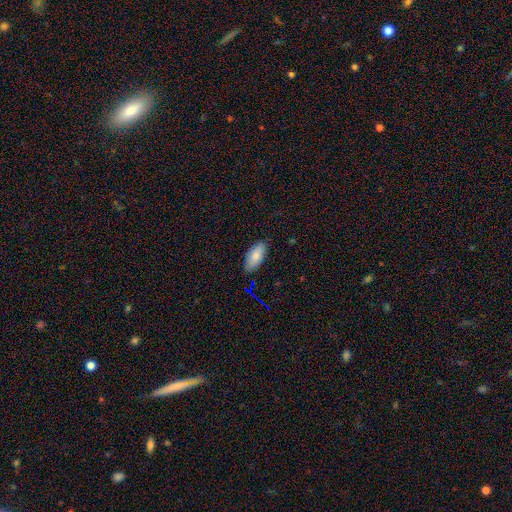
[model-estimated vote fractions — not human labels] Smooth or featured: smooth — 81% (featured or disk — 11%)
How rounded: in between — 89% (cigar-shaped — 8%)
Merging: none — 84% (minor disturbance — 13%)